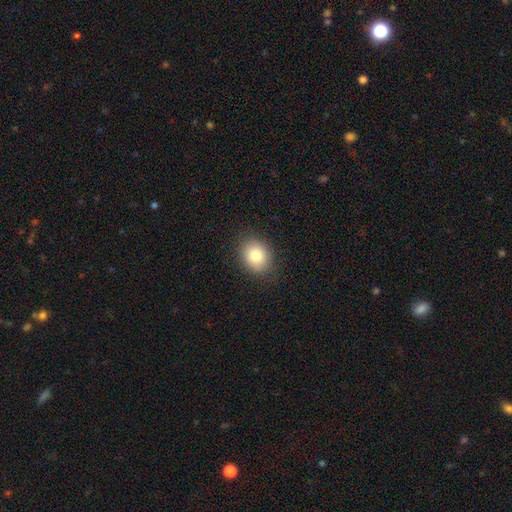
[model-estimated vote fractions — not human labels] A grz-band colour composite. It shows a smooth galaxy with no disk features (83%) that is round (52%). Merging: none (87%).